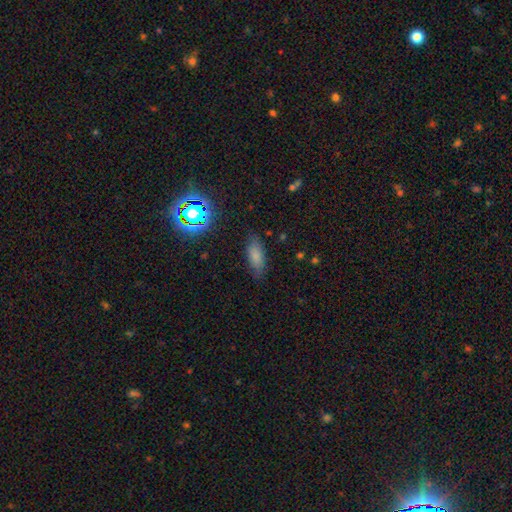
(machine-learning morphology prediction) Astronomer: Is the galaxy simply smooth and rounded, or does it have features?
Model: smooth — 75%.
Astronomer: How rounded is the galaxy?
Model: in between — 76%.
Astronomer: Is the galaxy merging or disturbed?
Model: none — 77%.